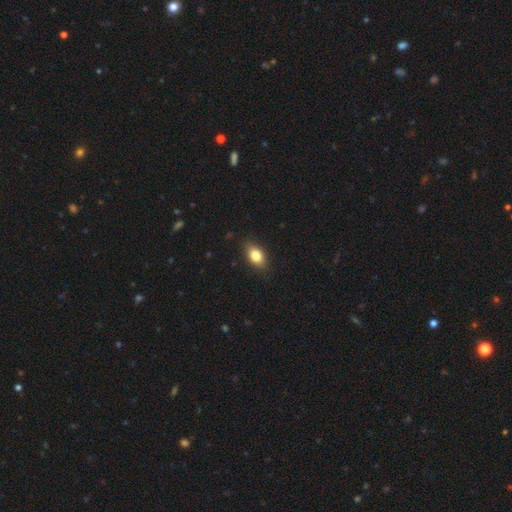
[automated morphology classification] type=smooth (82%); roundness=in between (85%); merging=none (86%).